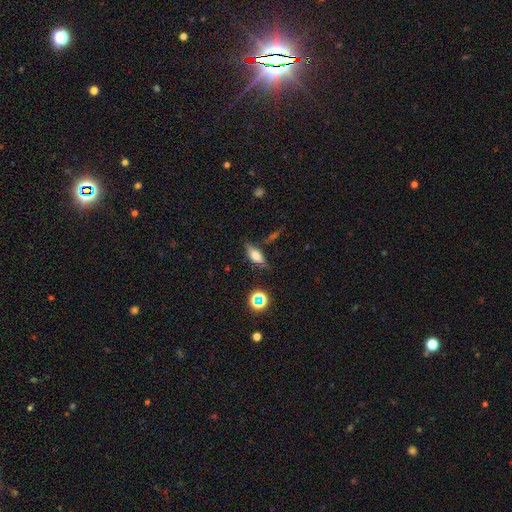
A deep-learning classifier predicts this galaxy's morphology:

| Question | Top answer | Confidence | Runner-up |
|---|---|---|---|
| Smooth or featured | smooth | 52% | featured or disk (35%) |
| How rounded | in between | 63% | cigar-shaped (30%) |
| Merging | none | 74% | minor disturbance (17%) |